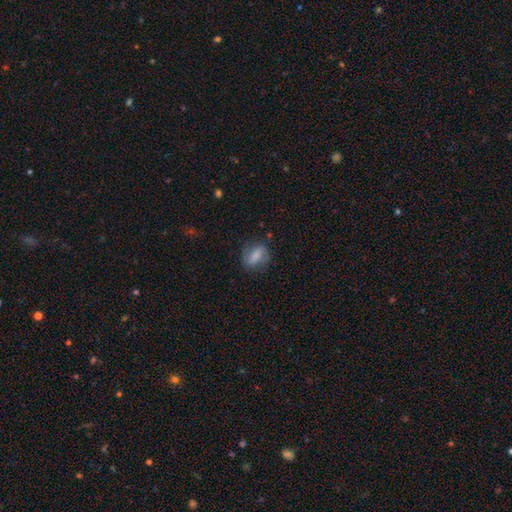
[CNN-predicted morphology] Smooth or featured? Predicted: smooth (p=0.64). How rounded? Predicted: in between (p=0.69). Merging? Predicted: none (p=0.68).